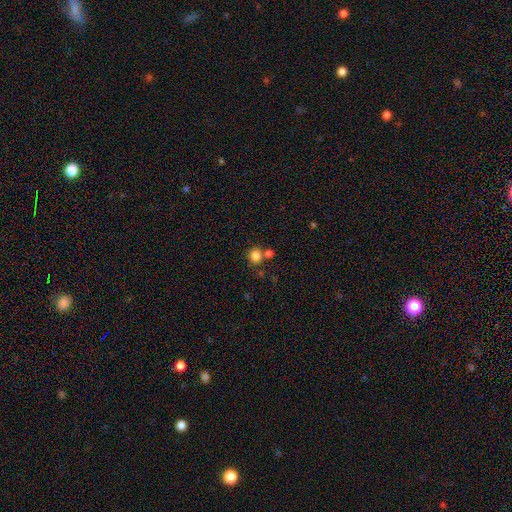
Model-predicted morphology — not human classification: Q: Smooth or featured?
A: smooth (82%); runner-up: star or artifact (12%)
Q: How rounded?
A: round (85%); runner-up: in between (15%)
Q: Merging?
A: none (65%); runner-up: merger (23%)